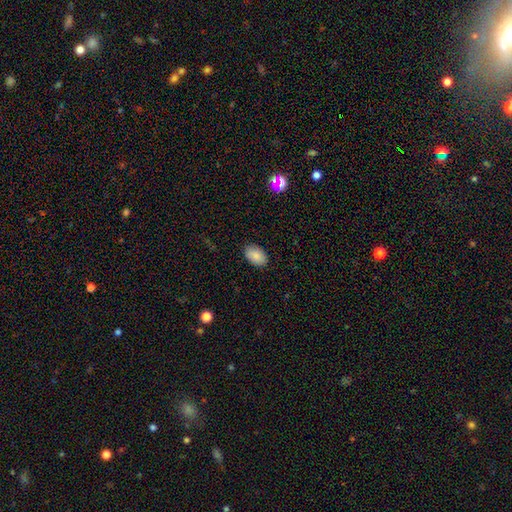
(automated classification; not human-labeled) smooth_or_featured: smooth (p=0.86) [alt: star or artifact p=0.08]
how_rounded: in between (p=0.90) [alt: round p=0.09]
merging: none (p=0.87) [alt: minor disturbance p=0.10]